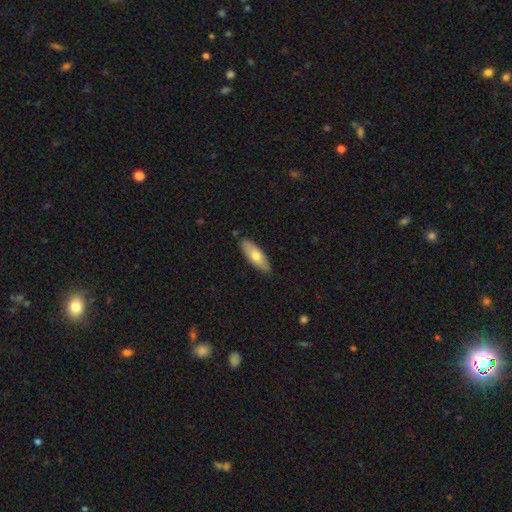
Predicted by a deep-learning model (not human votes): Morphology: type=smooth (68%); roundness=in between (63%); merging=none (84%).